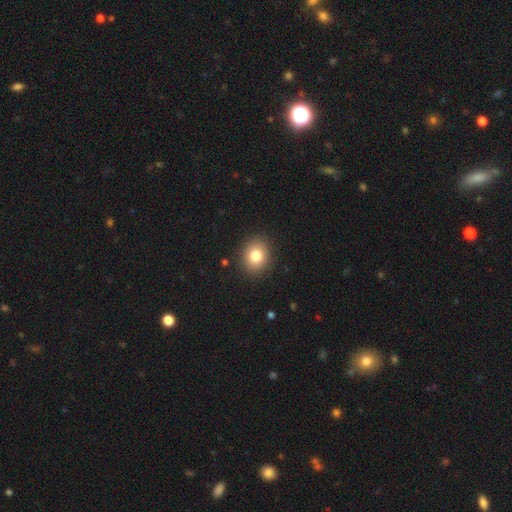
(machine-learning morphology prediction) Smooth or featured? Predicted: smooth (p=0.80). How rounded? Predicted: round (p=0.70). Merging? Predicted: none (p=0.90).